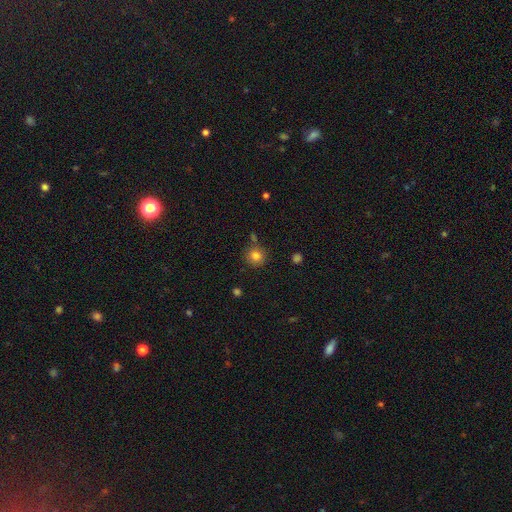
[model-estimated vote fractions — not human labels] Smooth or featured? smooth (82%)
How rounded? round (92%)
Merging? none (81%)